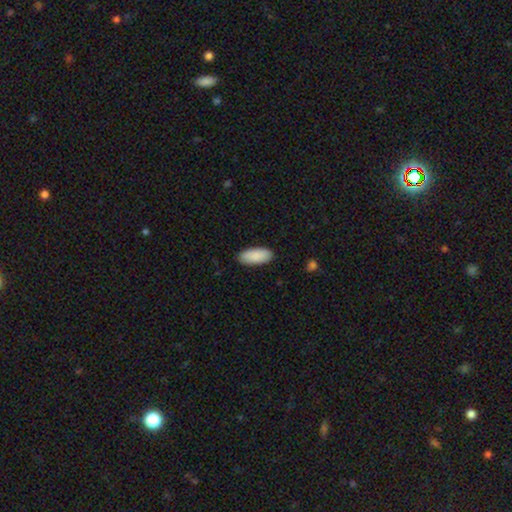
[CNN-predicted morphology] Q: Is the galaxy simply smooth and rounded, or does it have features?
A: smooth — 91%.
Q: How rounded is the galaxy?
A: in between — 89%.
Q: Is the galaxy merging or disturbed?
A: none — 88%.